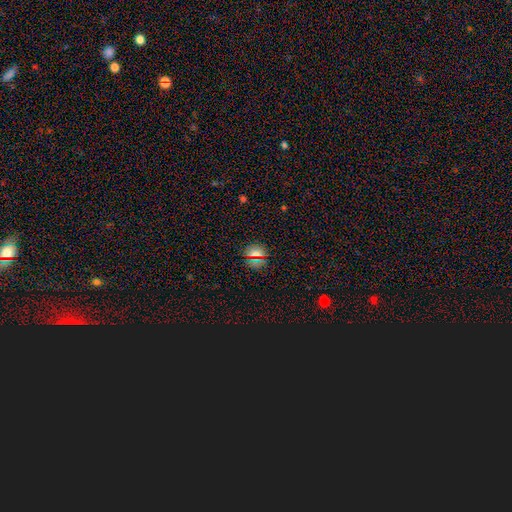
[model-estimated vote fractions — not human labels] Morphology: type=smooth (68%); roundness=round (81%); merging=none (87%).